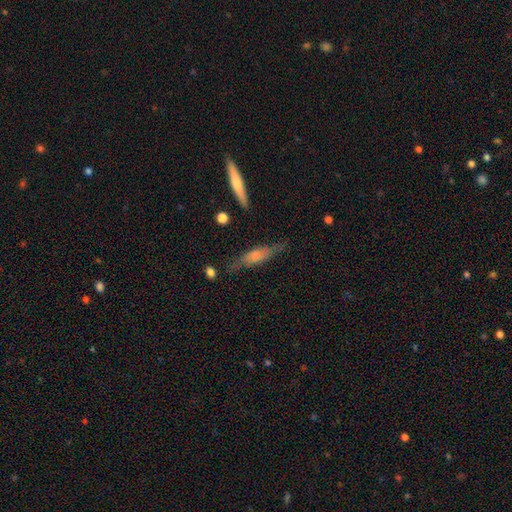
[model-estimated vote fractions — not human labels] Smooth or featured? smooth (47%)
Merging? none (70%)